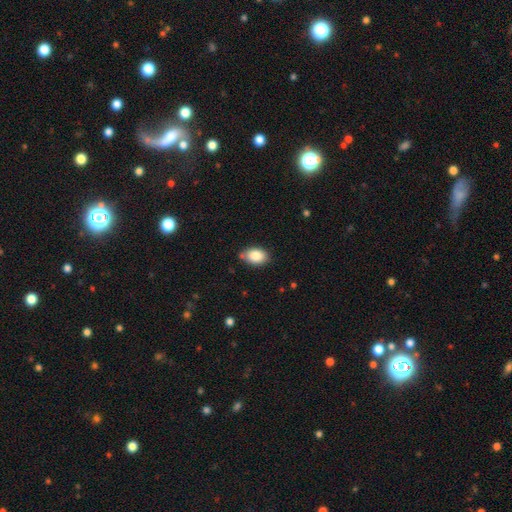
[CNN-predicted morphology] smooth-or-featured: smooth: 86% | star or artifact: 7% | featured or disk: 7%
  how-rounded: in between: 86% | round: 13% | cigar-shaped: 1%
  merging: none: 78% | minor disturbance: 16% | major disturbance: 3% | merger: 3%